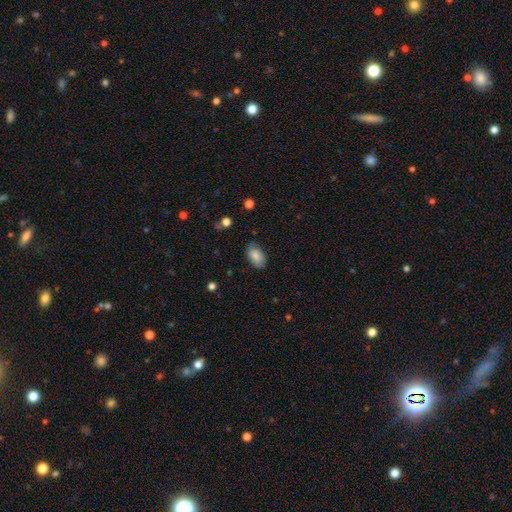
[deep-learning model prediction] Morphology: type=smooth (84%); roundness=in between (93%); merging=none (76%).